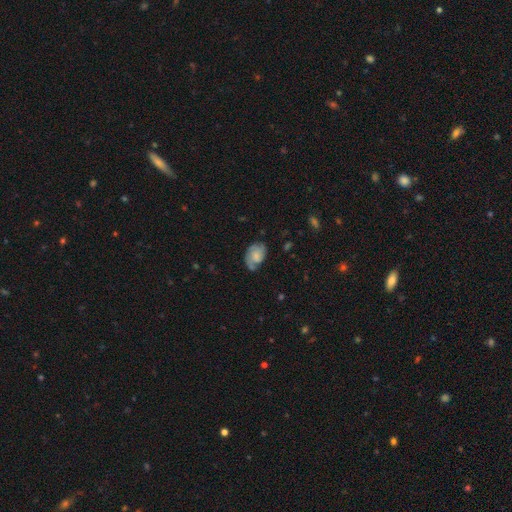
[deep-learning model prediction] This is possibly a featured or disk galaxy (51%). It is clearly not viewed edge-on (96%). Merging: possibly none (55%).